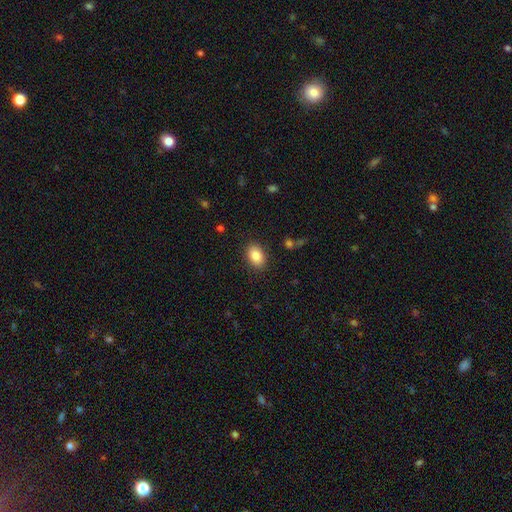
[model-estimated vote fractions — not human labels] Smooth or featured? Predicted: smooth (p=0.86). How rounded? Predicted: in between (p=0.84). Merging? Predicted: none (p=0.87).